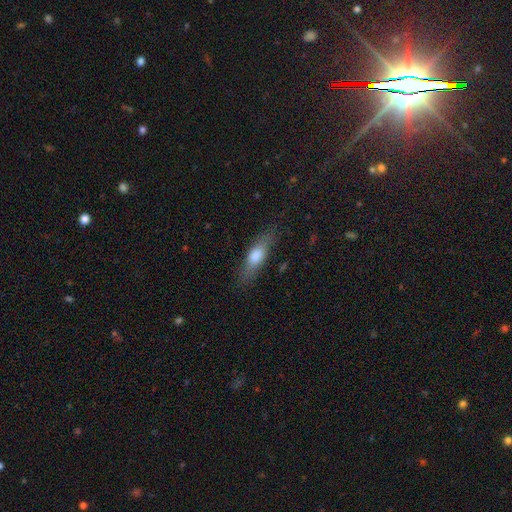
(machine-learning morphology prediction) Q: Smooth or featured?
A: smooth (68%); runner-up: featured or disk (26%)
Q: How rounded?
A: in between (49%); runner-up: cigar-shaped (48%)
Q: Merging?
A: none (78%); runner-up: minor disturbance (16%)